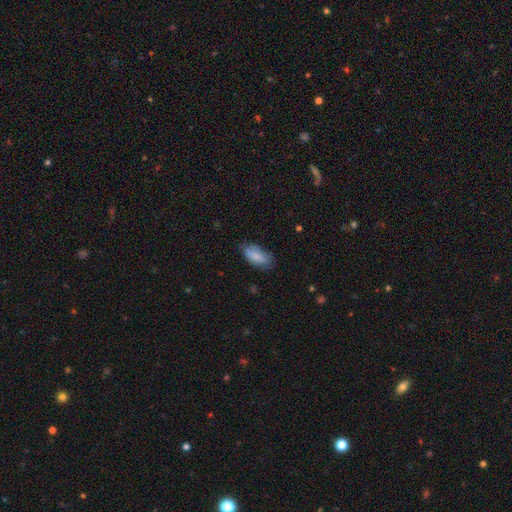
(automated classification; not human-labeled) Smooth or featured? smooth (82%)
How rounded? in between (87%)
Merging? none (64%)